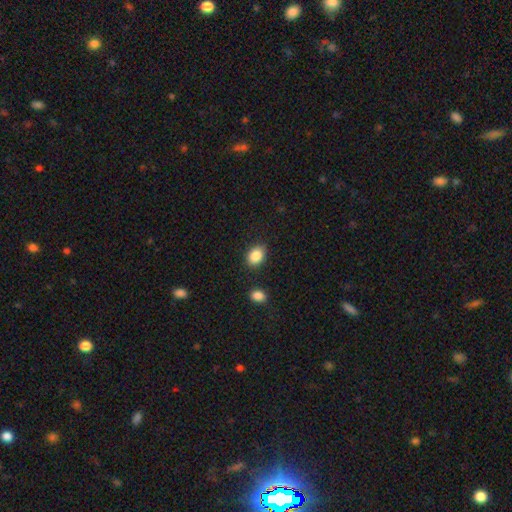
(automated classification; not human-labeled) The model was most divided on "how rounded": in between: 74%, round: 24%, cigar-shaped: 1%. More confident: smooth or featured — smooth (86%); merging — none (83%).